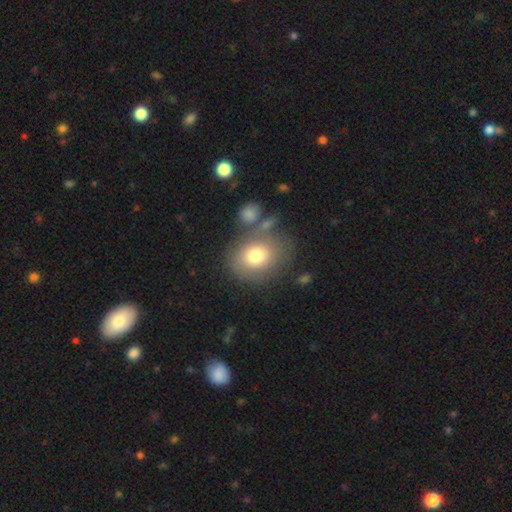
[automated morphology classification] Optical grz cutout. It shows a smooth galaxy with no disk features (72%) that is round (61%). Merging: none (60%).